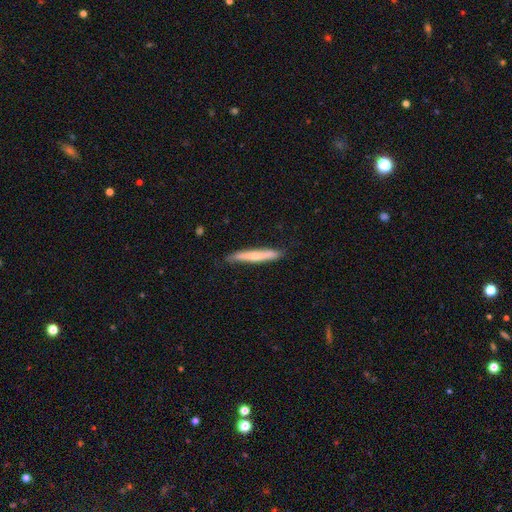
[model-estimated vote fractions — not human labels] Overall: smooth (58%; featured or disk 37%). How rounded: cigar-shaped (95%). Merging: none (83%).